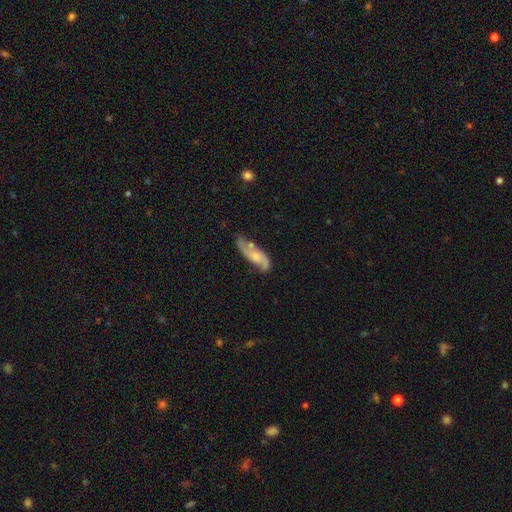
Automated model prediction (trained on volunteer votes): Morphology: type=featured or disk (62%); edge-on=no (86%); bar=no (66%); spiral arms=yes (88%); bulge=small (39%); merging=none (55%).